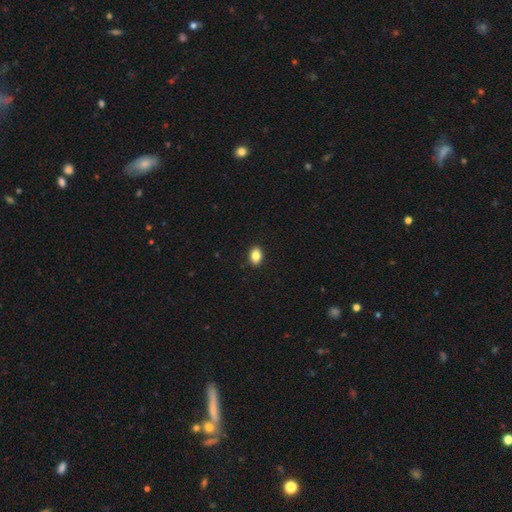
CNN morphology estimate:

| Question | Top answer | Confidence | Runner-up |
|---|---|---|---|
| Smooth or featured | smooth | 85% | star or artifact (9%) |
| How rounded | in between | 81% | round (17%) |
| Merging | none | 90% | minor disturbance (7%) |